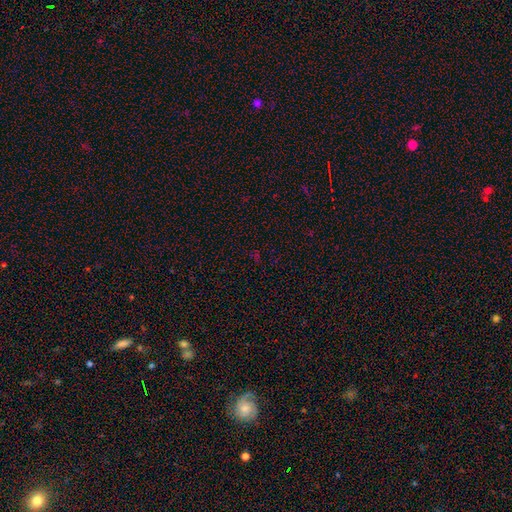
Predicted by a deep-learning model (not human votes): Smooth or featured? star or artifact (66%)